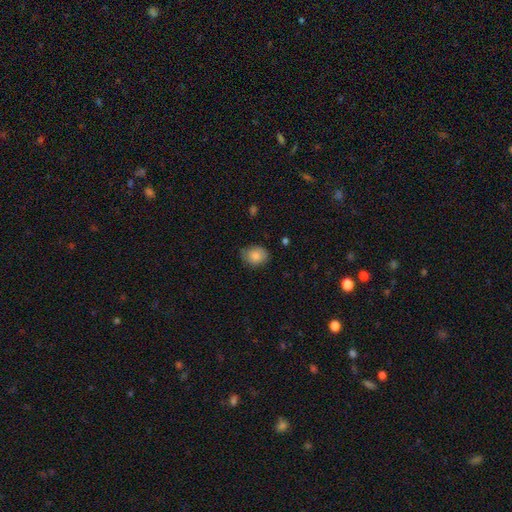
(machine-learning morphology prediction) Smooth or featured: smooth — 84% (star or artifact — 8%)
How rounded: in between — 51% (round — 48%)
Merging: none — 71% (minor disturbance — 24%)